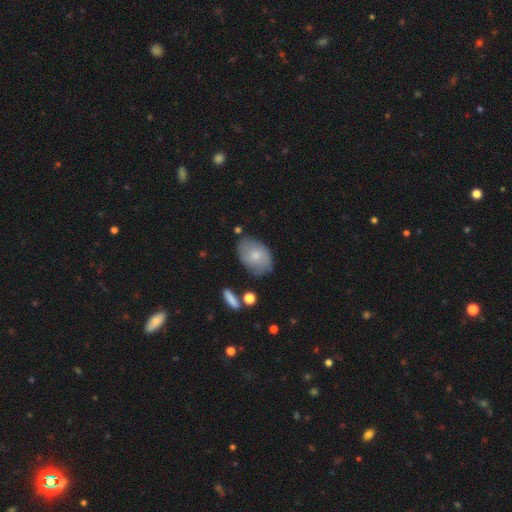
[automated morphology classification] type=smooth (66%); roundness=in between (82%); merging=none (67%).